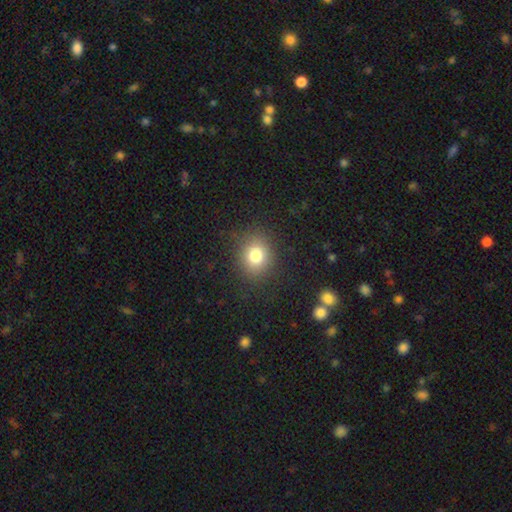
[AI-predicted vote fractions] smooth-or-featured: smooth: 79% | star or artifact: 13% | featured or disk: 8%
  how-rounded: round: 70% | in between: 29% | cigar-shaped: 1%
  merging: none: 87% | minor disturbance: 8% | major disturbance: 4% | merger: 1%